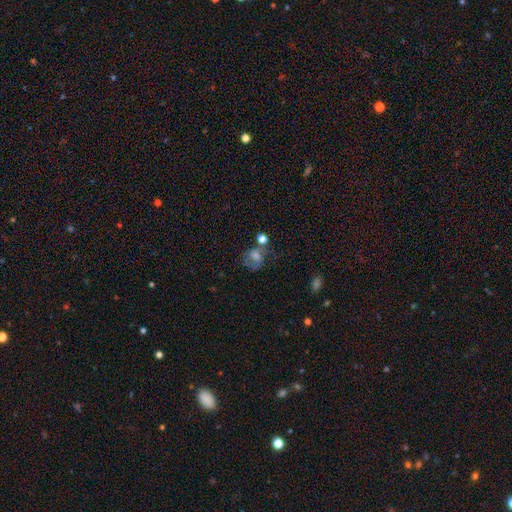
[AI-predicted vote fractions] A smooth galaxy with no disk features (53%) that is round (52%). Merging: none (42%).